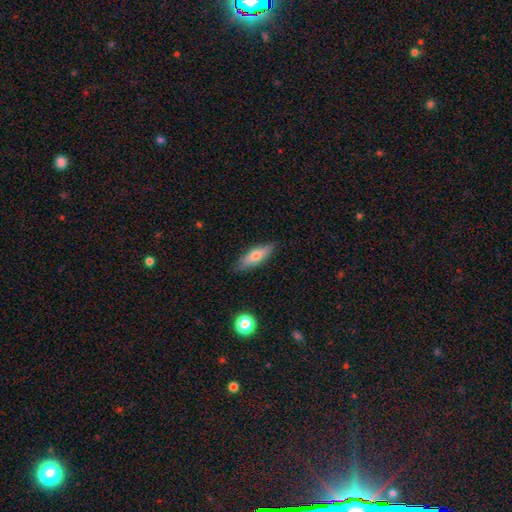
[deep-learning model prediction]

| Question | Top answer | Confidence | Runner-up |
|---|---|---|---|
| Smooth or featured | smooth | 63% | featured or disk (30%) |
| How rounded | cigar-shaped | 52% | in between (45%) |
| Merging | none | 84% | minor disturbance (13%) |